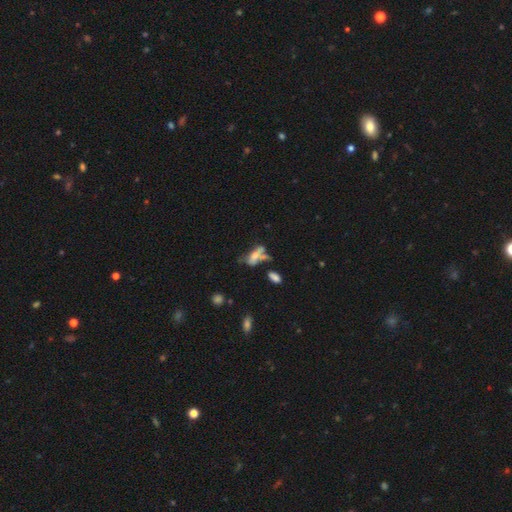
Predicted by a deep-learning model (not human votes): smooth_or_featured: smooth (p=0.49) [alt: featured or disk p=0.38]
merging: merger (p=0.36) [alt: none p=0.30]